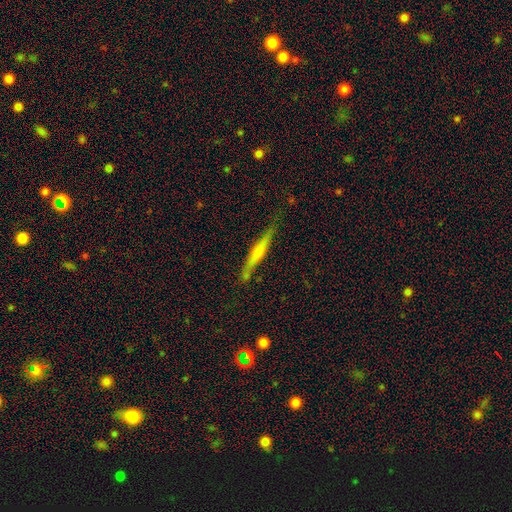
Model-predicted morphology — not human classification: This appears to be a featured or disk galaxy (69%) viewed edge-on (96%) with a rounded central bulge (70%). Merging: none (83%).